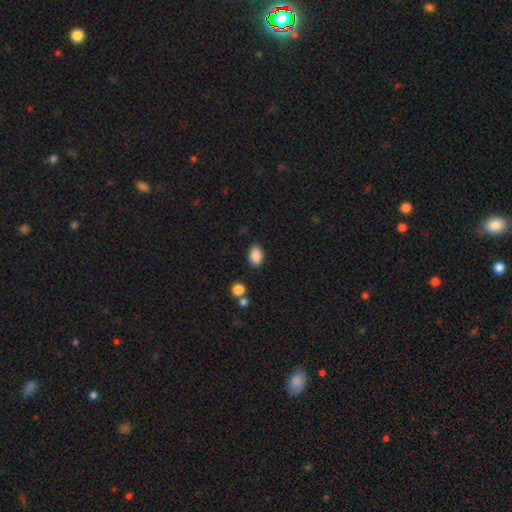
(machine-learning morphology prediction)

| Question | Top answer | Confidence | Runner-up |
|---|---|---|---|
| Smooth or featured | smooth | 88% | star or artifact (8%) |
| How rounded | in between | 86% | round (13%) |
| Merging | none | 84% | minor disturbance (11%) |